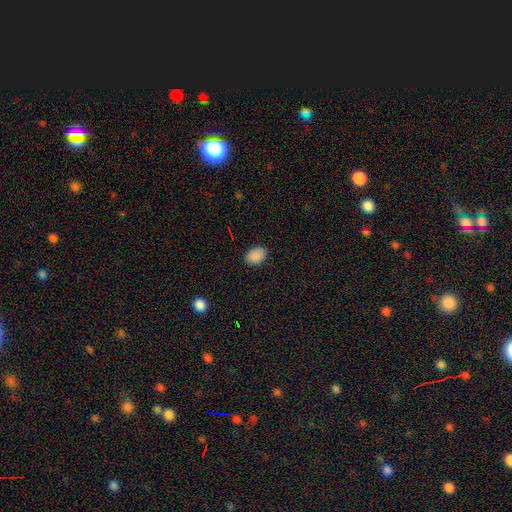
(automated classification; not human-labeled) smooth_or_featured: smooth (p=0.89) [alt: star or artifact p=0.09]
how_rounded: in between (p=0.76) [alt: round p=0.23]
merging: none (p=0.88) [alt: minor disturbance p=0.09]